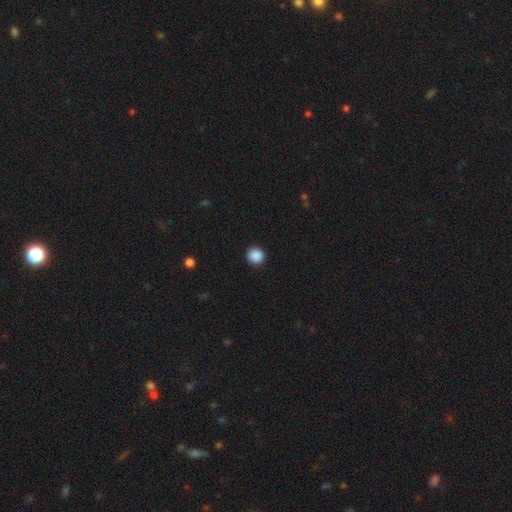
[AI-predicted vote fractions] Morphology: type=smooth (89%); roundness=round (95%); merging=none (93%).